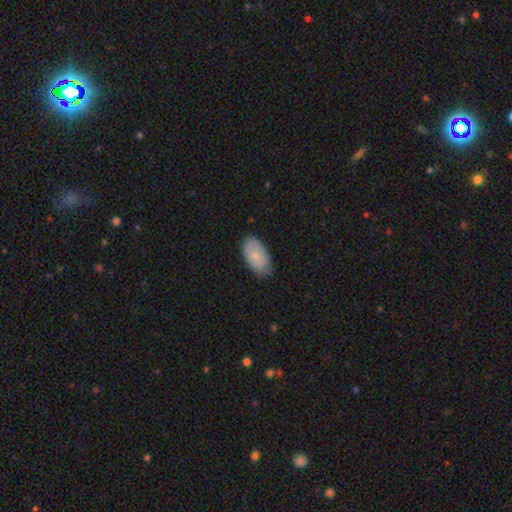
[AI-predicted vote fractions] smooth_or_featured: smooth (p=0.76) [alt: featured or disk p=0.18]
how_rounded: in between (p=0.95) [alt: round p=0.04]
merging: none (p=0.77) [alt: minor disturbance p=0.19]